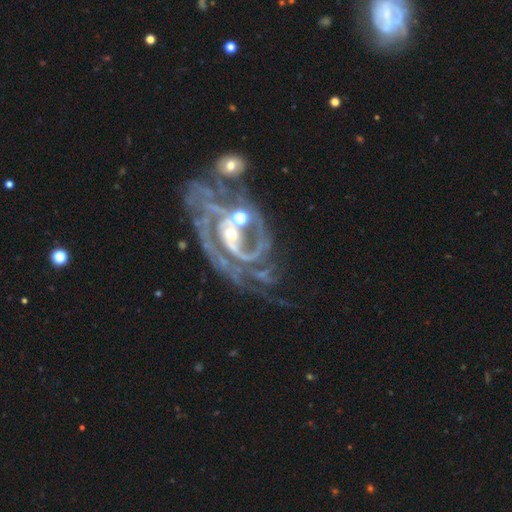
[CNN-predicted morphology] Overall: featured or disk (90%). Edge-on disk: no (97%). Bar: weak (36%; no 35%). Spiral arms: yes (96%). Spiral arm count: 2 (44%; 3 18%). Spiral winding: tight (47%; medium 41%). Bulge size: small (59%; moderate 34%). Merging: none (35%; merger 24%).